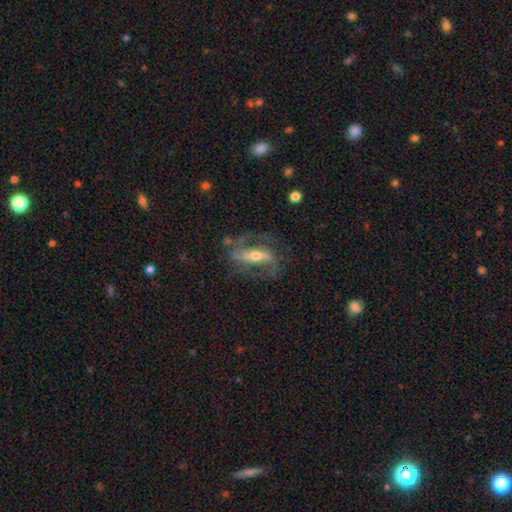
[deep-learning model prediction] The model was most divided on "bulge size": moderate: 48%, small: 45%, large: 4%, none: 1%, dominant: 1%. Remaining: spiral arms — yes (87%); spiral arm count — 2 (85%); edge-on disk — no (85%); smooth or featured — featured or disk (80%); merging — none (68%); bar — strong (64%); spiral winding — medium (47%).